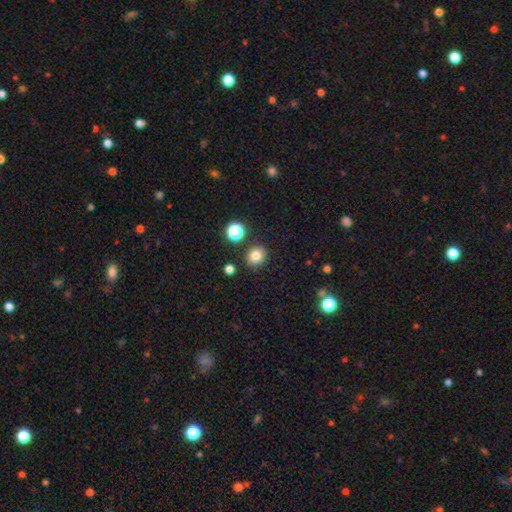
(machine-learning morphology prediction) Smooth or featured? Predicted: smooth (p=0.80). How rounded? Predicted: round (p=0.74). Merging? Predicted: none (p=0.85).